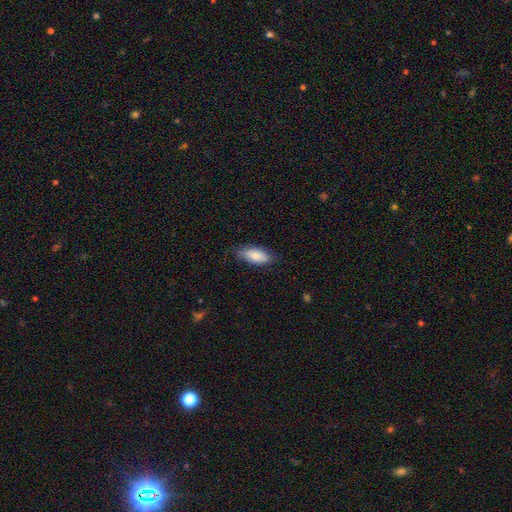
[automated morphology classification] smooth-or-featured: smooth: 83% | featured or disk: 11% | star or artifact: 6%
  how-rounded: in between: 87% | cigar-shaped: 11% | round: 2%
  merging: none: 76% | minor disturbance: 19% | major disturbance: 4% | merger: 1%